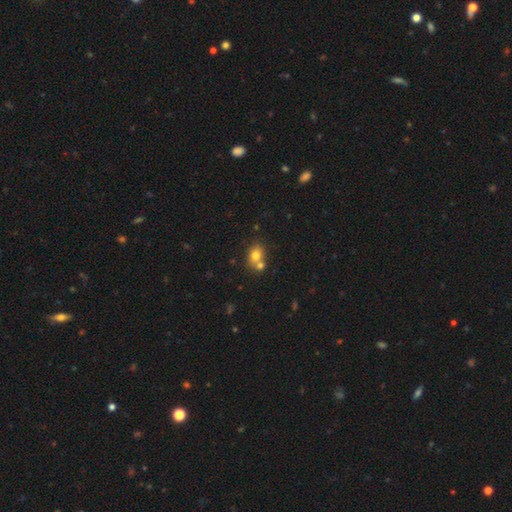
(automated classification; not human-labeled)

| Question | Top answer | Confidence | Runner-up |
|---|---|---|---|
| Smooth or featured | smooth | 75% | featured or disk (13%) |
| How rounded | round | 54% | in between (45%) |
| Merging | none | 46% | merger (42%) |